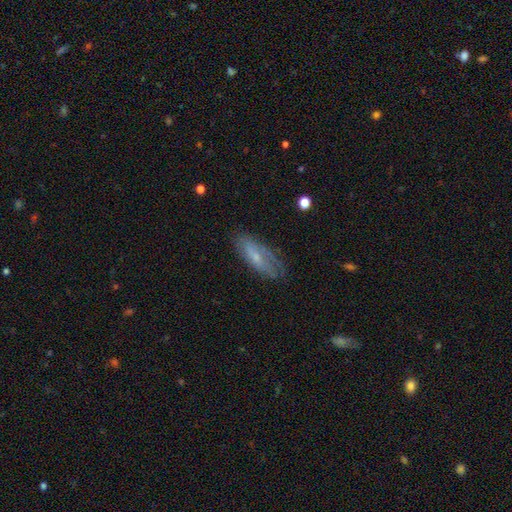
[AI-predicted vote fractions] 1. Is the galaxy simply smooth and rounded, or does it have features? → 47% smooth, 45% featured or disk, 8% star or artifact.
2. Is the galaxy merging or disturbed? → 66% none, 24% minor disturbance, 9% major disturbance, 2% merger.